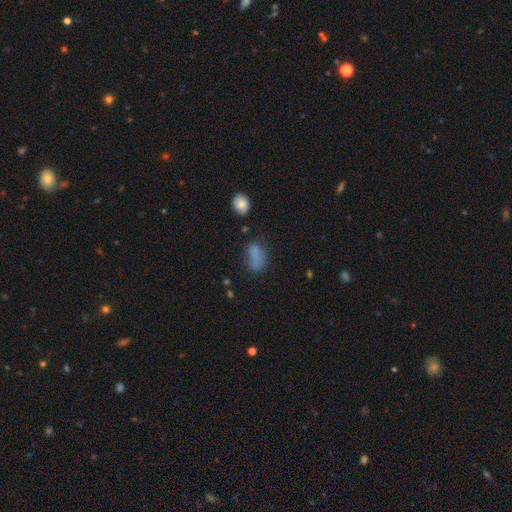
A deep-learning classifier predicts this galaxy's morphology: Overall: smooth (76%). How rounded: in between (84%). Merging: none (54%; minor disturbance 25%).